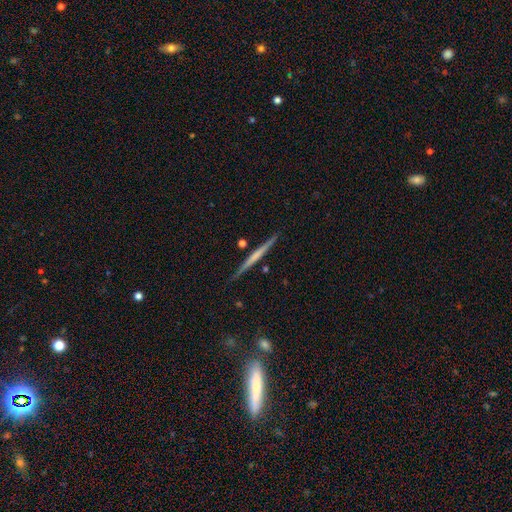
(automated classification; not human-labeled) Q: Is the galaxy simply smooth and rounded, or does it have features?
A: featured or disk — 56%.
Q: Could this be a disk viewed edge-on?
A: yes — 98%.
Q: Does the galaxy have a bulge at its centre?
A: none — 78%.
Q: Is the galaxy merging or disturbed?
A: none — 89%.